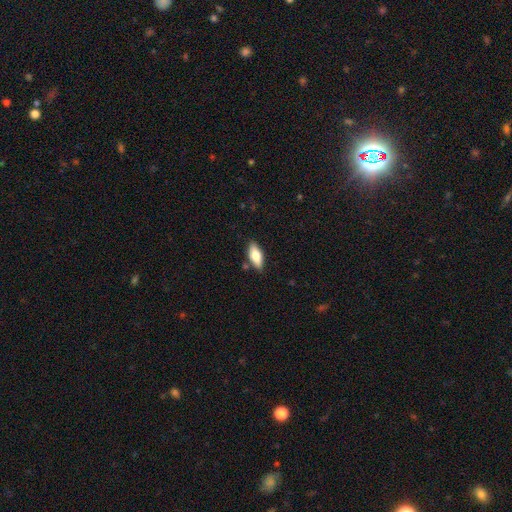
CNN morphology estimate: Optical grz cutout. It shows a smooth galaxy with no disk features (72%) that is in between round and cigar-shaped (80%). Merging: none (81%).